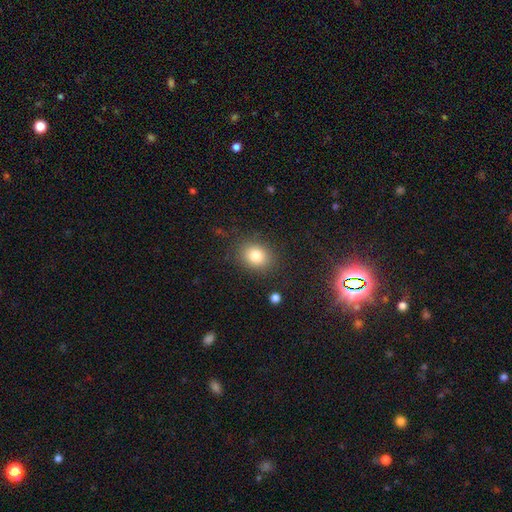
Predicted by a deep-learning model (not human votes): This is clearly a smooth galaxy (81%). How rounded: possibly round (50%, tied with in between). Merging: clearly none (83%).